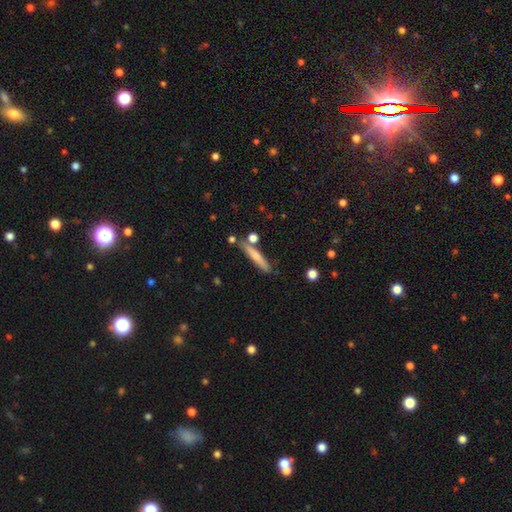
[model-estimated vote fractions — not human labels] Morphology: type=smooth (63%); roundness=cigar-shaped (91%); merging=none (74%).